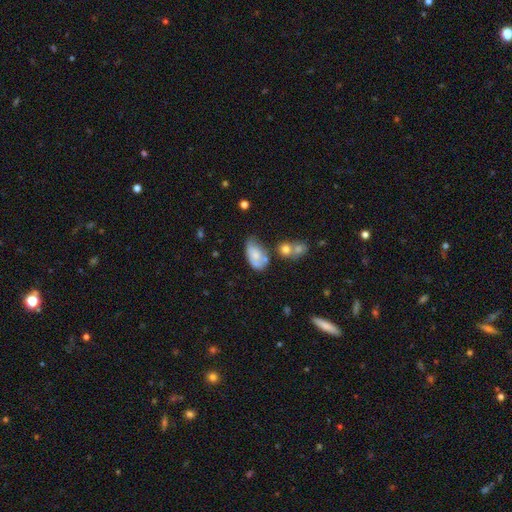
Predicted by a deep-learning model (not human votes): Morphology: type=smooth (61%); roundness=in between (91%); merging=minor disturbance (34%).